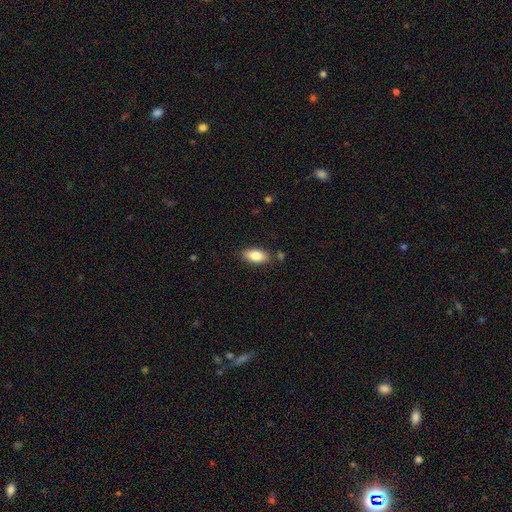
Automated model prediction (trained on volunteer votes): Q: Smooth or featured?
A: smooth (83%); runner-up: featured or disk (10%)
Q: How rounded?
A: in between (89%); runner-up: cigar-shaped (8%)
Q: Merging?
A: none (82%); runner-up: minor disturbance (12%)